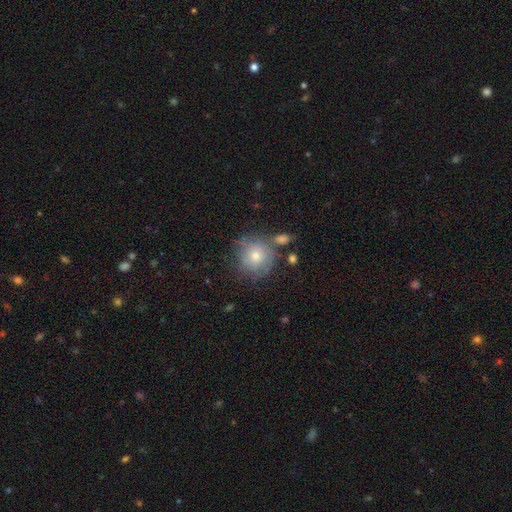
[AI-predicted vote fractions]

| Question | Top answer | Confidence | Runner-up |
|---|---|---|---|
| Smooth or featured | smooth | 56% | featured or disk (33%) |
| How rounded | round | 91% | in between (8%) |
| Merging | none | 65% | minor disturbance (18%) |